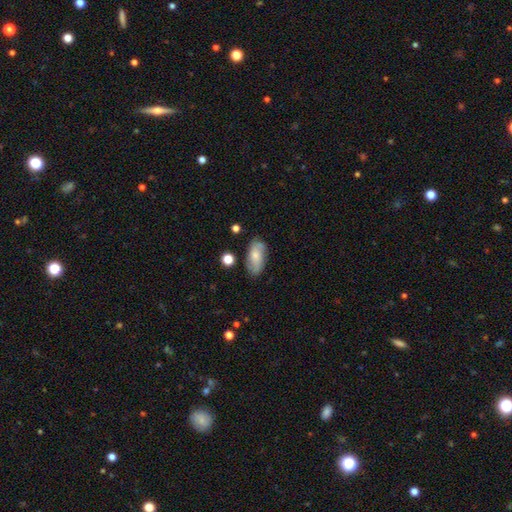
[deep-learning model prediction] Smooth or featured? smooth (59%)
How rounded? in between (88%)
Merging? none (72%)